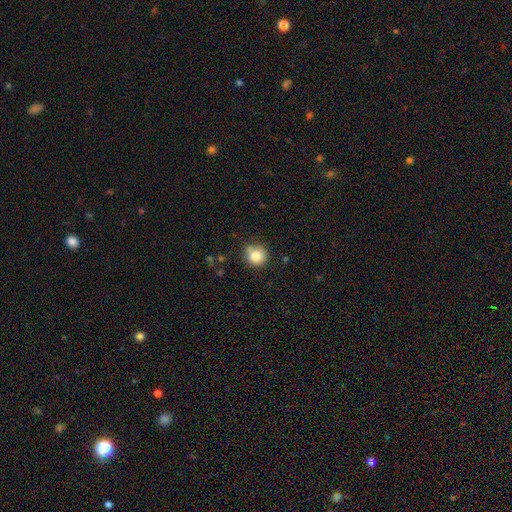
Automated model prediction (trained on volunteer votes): The model was most divided on "merging": none: 72%, minor disturbance: 19%, major disturbance: 4%, merger: 4%. More confident: how rounded — round (91%); smooth or featured — smooth (84%).